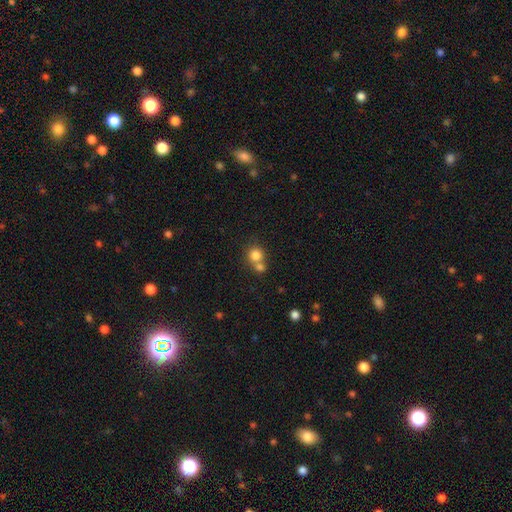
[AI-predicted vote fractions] Smooth or featured? Predicted: smooth (p=0.80). How rounded? Predicted: round (p=0.85). Merging? Predicted: merger (p=0.47).